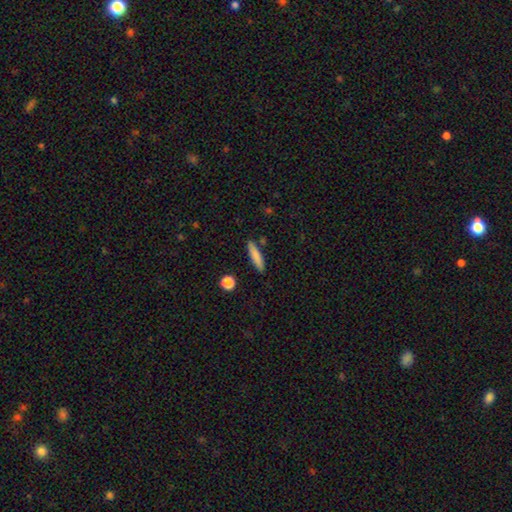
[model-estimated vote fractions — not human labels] Morphology: type=smooth (81%); roundness=cigar-shaped (85%); merging=none (86%).